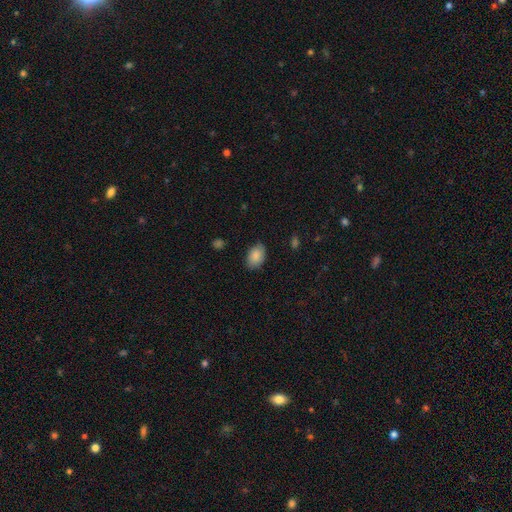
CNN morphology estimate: Smooth or featured? Predicted: smooth (p=0.87). How rounded? Predicted: in between (p=0.86). Merging? Predicted: none (p=0.82).